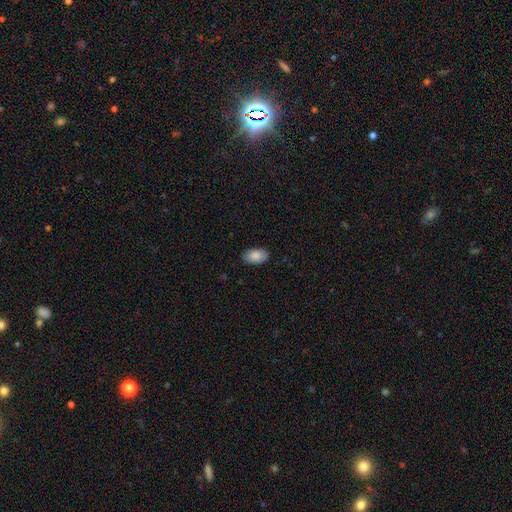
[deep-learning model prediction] Smooth or featured: smooth — 88% (star or artifact — 6%)
How rounded: in between — 94% (round — 5%)
Merging: none — 87% (minor disturbance — 10%)